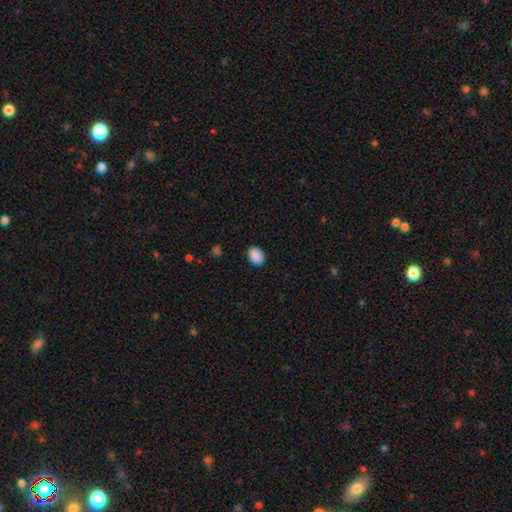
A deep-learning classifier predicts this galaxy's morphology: smooth 90%, star or artifact 7%, featured or disk 2%. Down the decision tree: how rounded — in between (76%); merging — none (89%).